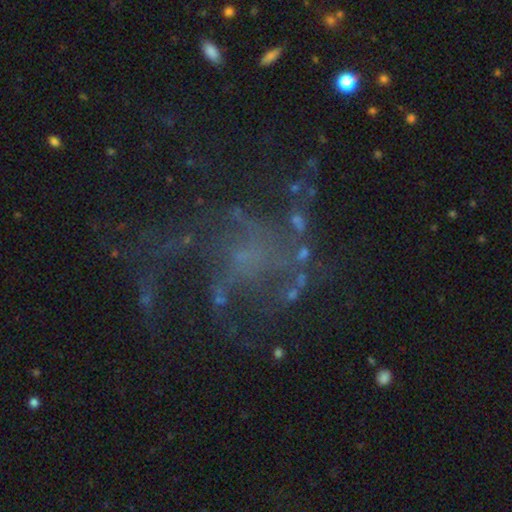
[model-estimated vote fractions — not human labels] smooth-or-featured: featured or disk: 67% | star or artifact: 23% | smooth: 10%
  disk-edge-on: no: 97% | yes: 3%
    bar: no: 75% | weak: 20% | strong: 5%
    has-spiral-arms: yes: 72% | no: 28%
    bulge-size: none: 52% | small: 31% | moderate: 13% | large: 3% | dominant: 1%
  merging: none: 50% | major disturbance: 31% | minor disturbance: 15% | merger: 4%